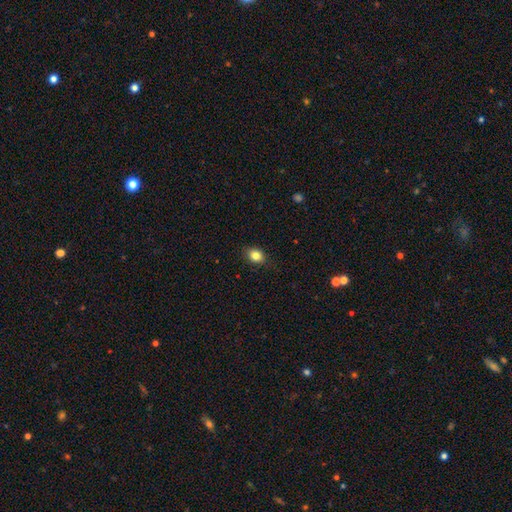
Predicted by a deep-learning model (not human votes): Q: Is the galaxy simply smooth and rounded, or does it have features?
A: smooth — 83%.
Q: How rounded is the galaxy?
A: in between — 57%.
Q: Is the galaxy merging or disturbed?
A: none — 84%.